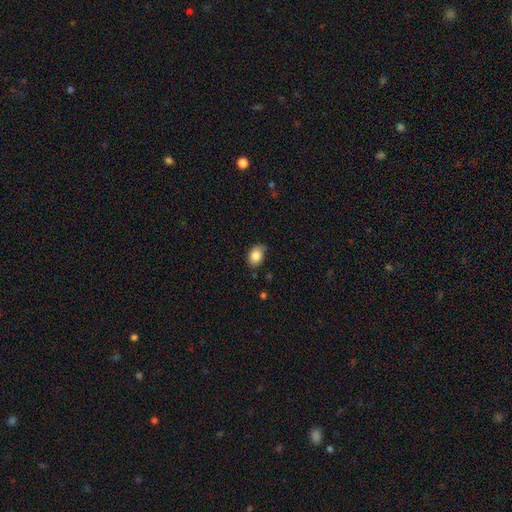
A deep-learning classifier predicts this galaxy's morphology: The model was most divided on "merging": none: 69%, minor disturbance: 26%, major disturbance: 4%, merger: 2%. More confident: smooth or featured — smooth (84%); how rounded — in between (71%).